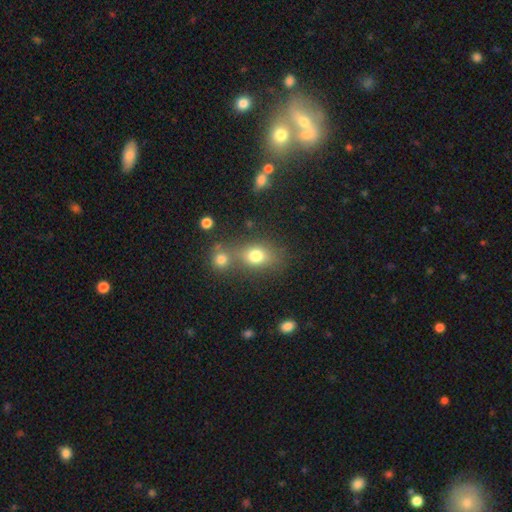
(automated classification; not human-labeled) Morphology: type=smooth (76%); roundness=in between (55%); merging=none (51%).